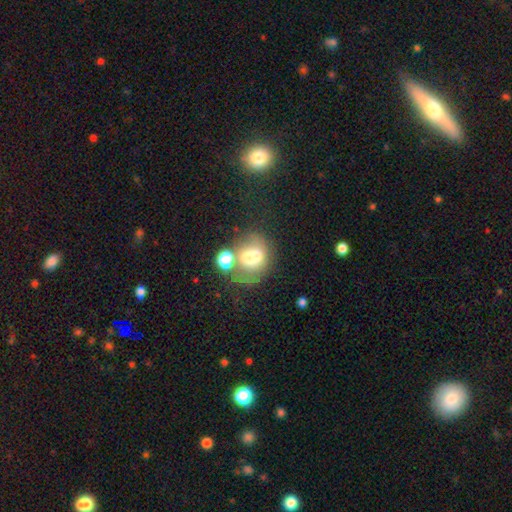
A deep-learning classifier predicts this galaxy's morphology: Smooth or featured?
  - smooth: 58% *
  - featured or disk: 28%
  - star or artifact: 14%
How rounded?
  - round: 64% *
  - in between: 35%
  - cigar-shaped: 1%
Merging?
  - merger: 49% *
  - none: 28%
  - minor disturbance: 12%
  - major disturbance: 12%